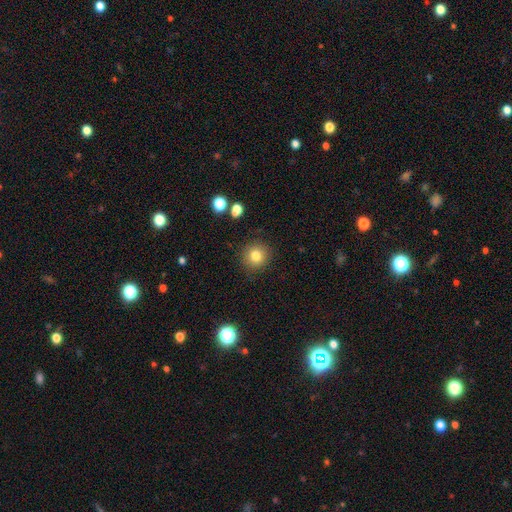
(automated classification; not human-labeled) smooth_or_featured: smooth (p=0.81) [alt: star or artifact p=0.11]
how_rounded: round (p=0.91) [alt: in between p=0.08]
merging: none (p=0.89) [alt: minor disturbance p=0.07]